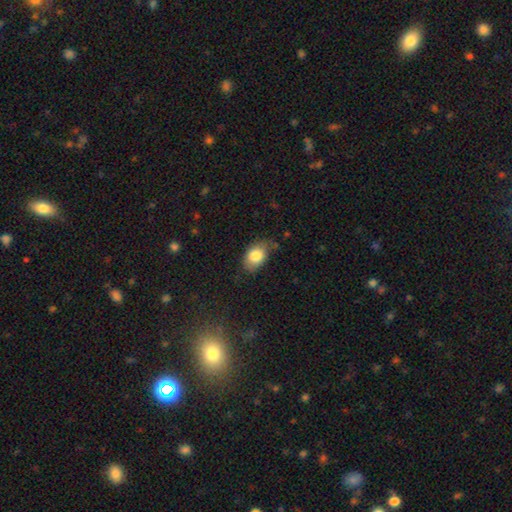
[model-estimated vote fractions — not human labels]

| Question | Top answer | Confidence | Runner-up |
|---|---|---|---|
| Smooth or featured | smooth | 83% | featured or disk (10%) |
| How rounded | in between | 85% | round (13%) |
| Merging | none | 64% | minor disturbance (27%) |